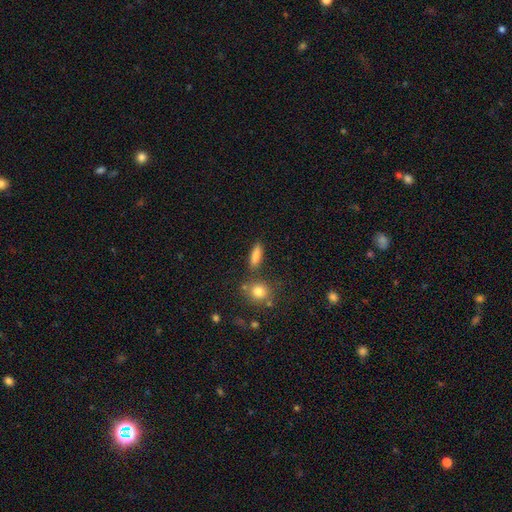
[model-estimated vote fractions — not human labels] The model was most divided on "how rounded": cigar-shaped: 51%, in between: 43%, round: 6%. More confident: smooth or featured — smooth (82%); merging — none (80%).